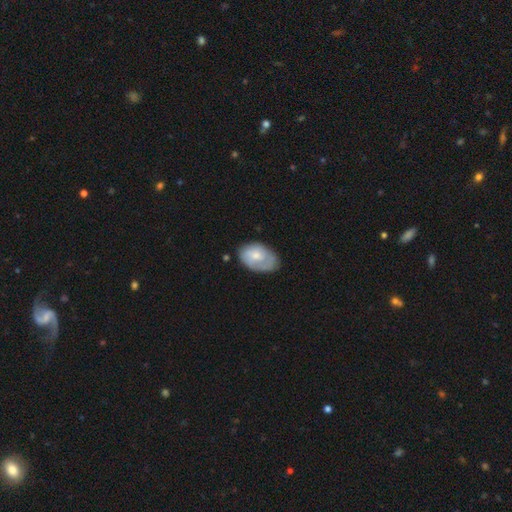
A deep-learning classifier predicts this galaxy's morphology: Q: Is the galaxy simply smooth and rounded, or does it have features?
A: smooth — 56%.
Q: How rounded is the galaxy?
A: in between — 87%.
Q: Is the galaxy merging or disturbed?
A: none — 59%.